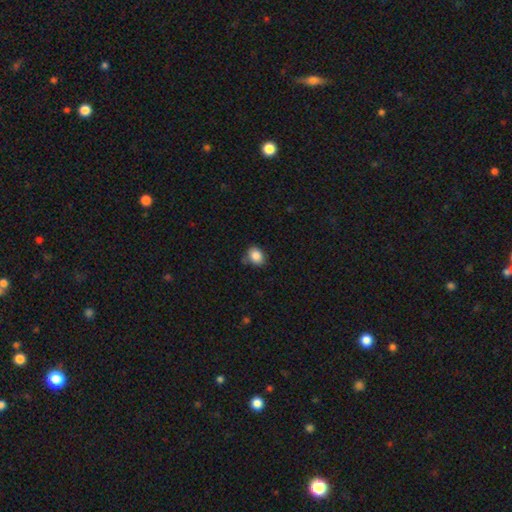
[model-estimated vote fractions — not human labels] This is clearly a smooth galaxy (87%). How rounded: possibly in between (56%). Merging: likely none (75%).